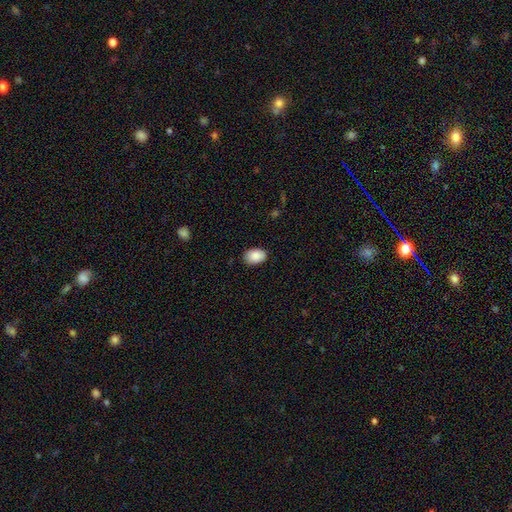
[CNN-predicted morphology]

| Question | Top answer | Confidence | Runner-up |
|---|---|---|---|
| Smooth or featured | smooth | 89% | star or artifact (7%) |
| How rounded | in between | 83% | round (16%) |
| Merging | none | 85% | minor disturbance (12%) |